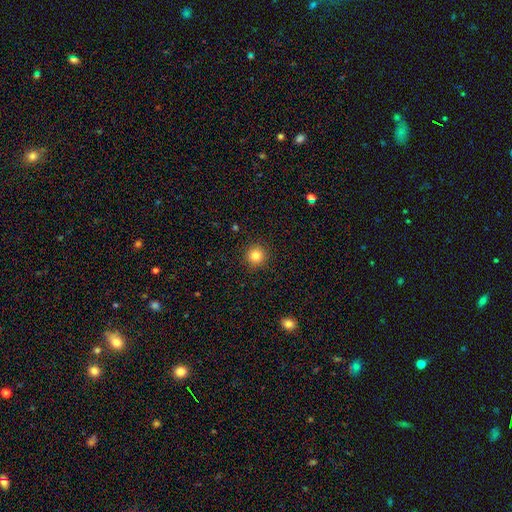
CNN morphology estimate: smooth 84%, star or artifact 11%, featured or disk 5%. Down the decision tree: how rounded — round (94%); merging — none (91%).